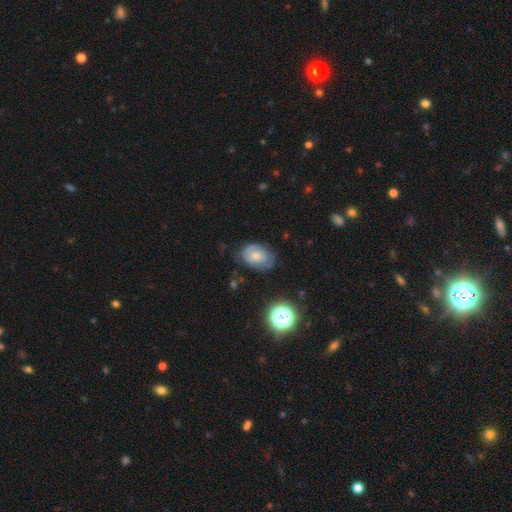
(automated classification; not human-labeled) The model was most divided on "smooth or featured": smooth: 54%, featured or disk: 37%, star or artifact: 10%. More confident: how rounded — in between (78%); merging — none (63%).